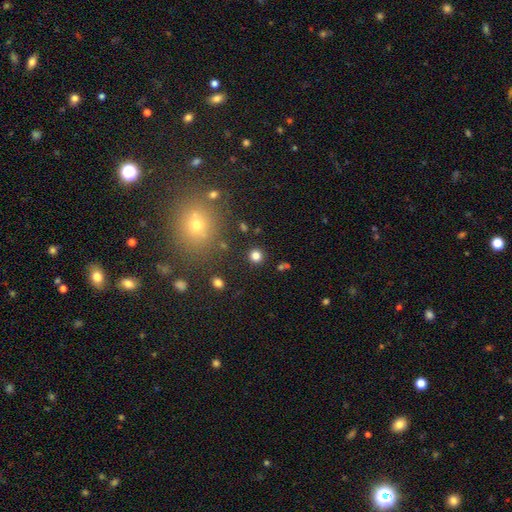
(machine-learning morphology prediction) type=smooth (80%); roundness=round (91%); merging=none (88%).